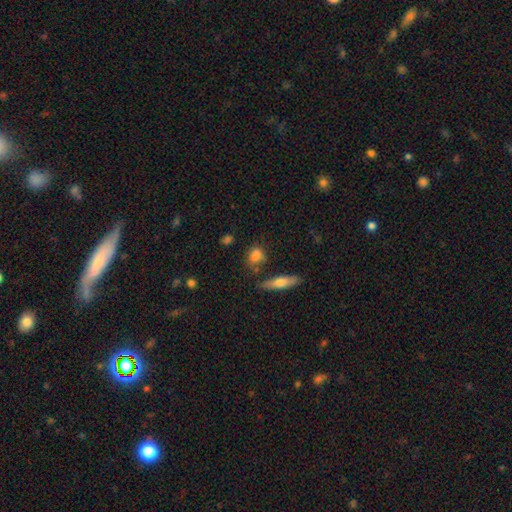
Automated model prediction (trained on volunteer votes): Overall: smooth (80%). How rounded: in between (52%; round 39%). Merging: none (68%).